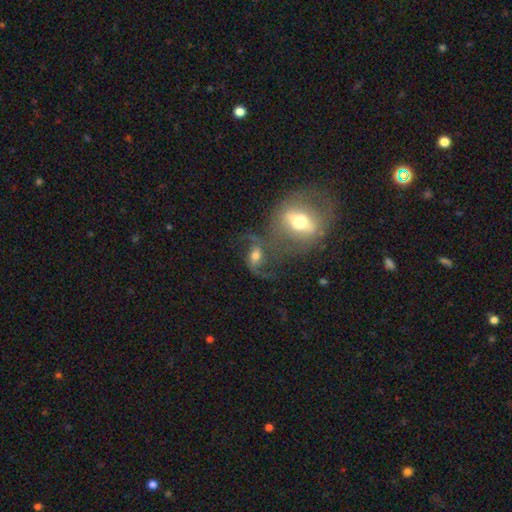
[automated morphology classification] A featured or disk galaxy (67%) with no bar (41%), 2 (82%) loose (63%) spiral arms (85%) and a moderate central bulge (62%). Merging: none (36%).